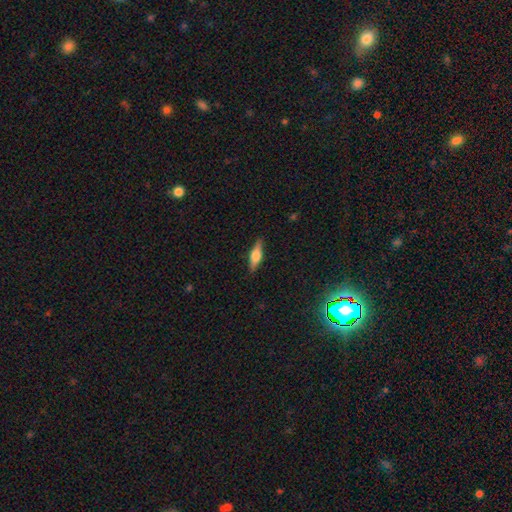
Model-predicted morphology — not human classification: A featured or disk galaxy (47%).

Vote fractions:
- Smooth or featured? featured or disk: 47% / smooth: 46% / star or artifact: 7%
- Merging? none: 88% / minor disturbance: 9% / major disturbance: 2% / merger: 1%